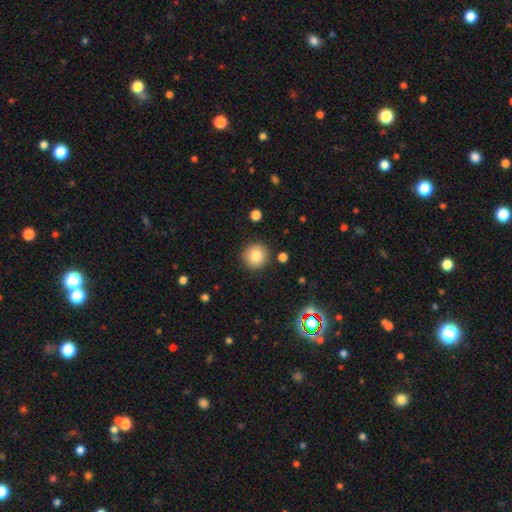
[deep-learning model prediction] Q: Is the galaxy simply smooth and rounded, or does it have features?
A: smooth — 82%.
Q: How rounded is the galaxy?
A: round — 94%.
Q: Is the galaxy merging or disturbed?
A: none — 89%.